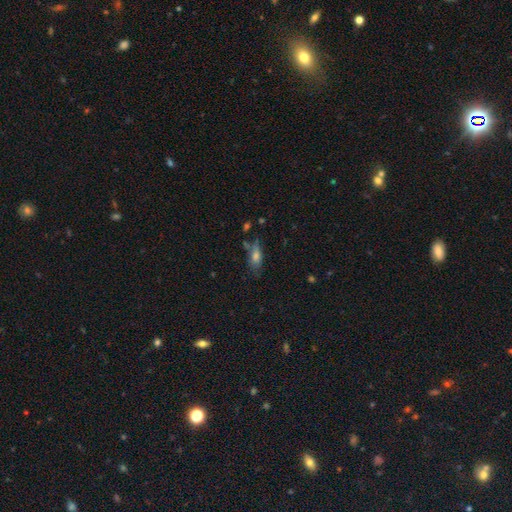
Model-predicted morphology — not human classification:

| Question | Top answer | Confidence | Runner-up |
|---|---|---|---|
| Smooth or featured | smooth | 57% | featured or disk (28%) |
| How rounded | in between | 63% | cigar-shaped (31%) |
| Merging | none | 63% | minor disturbance (20%) |